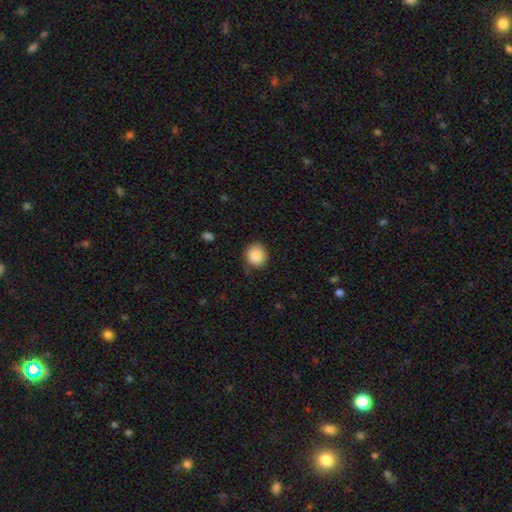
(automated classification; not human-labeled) Smooth or featured? Predicted: smooth (p=0.88). How rounded? Predicted: round (p=0.89). Merging? Predicted: none (p=0.81).